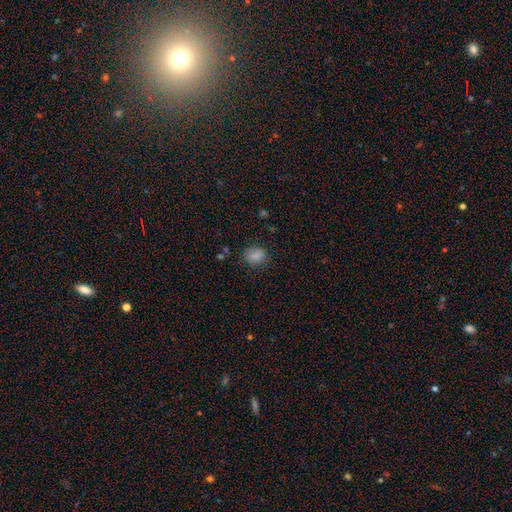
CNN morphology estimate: This is clearly a smooth galaxy (84%). How rounded: possibly in between (53%). Merging: clearly none (80%).